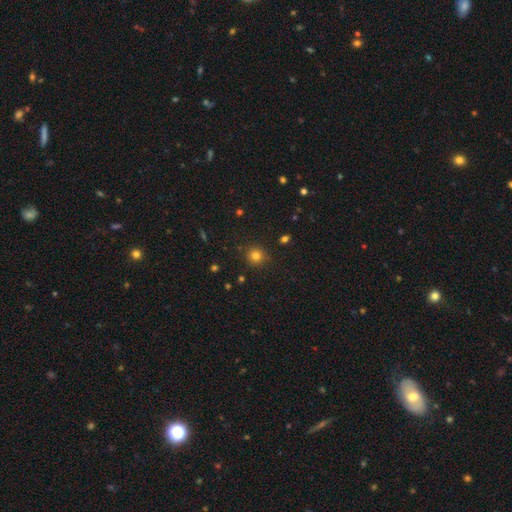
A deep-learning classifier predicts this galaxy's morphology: This appears to be a smooth galaxy with no disk features (79%) that is round (91%). Merging: none (88%).